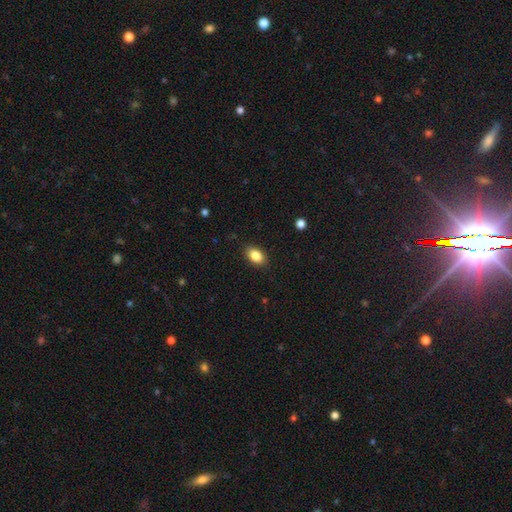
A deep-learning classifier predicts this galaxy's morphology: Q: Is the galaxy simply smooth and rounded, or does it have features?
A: smooth — 86%.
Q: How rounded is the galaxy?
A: in between — 88%.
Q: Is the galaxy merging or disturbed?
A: none — 88%.